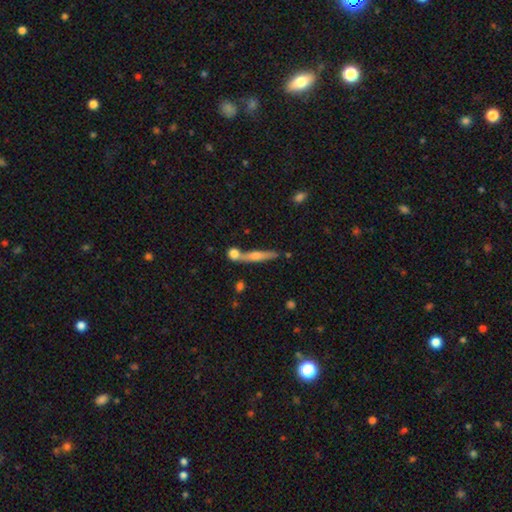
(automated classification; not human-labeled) Smooth or featured?
  - featured or disk: 55% *
  - smooth: 37%
  - star or artifact: 8%
Edge-on disk?
  - yes: 93% *
  - no: 7%
Edge-on bulge?
  - rounded: 81% *
  - none: 12%
  - boxy: 7%
Merging?
  - none: 65% *
  - merger: 20%
  - minor disturbance: 11%
  - major disturbance: 3%